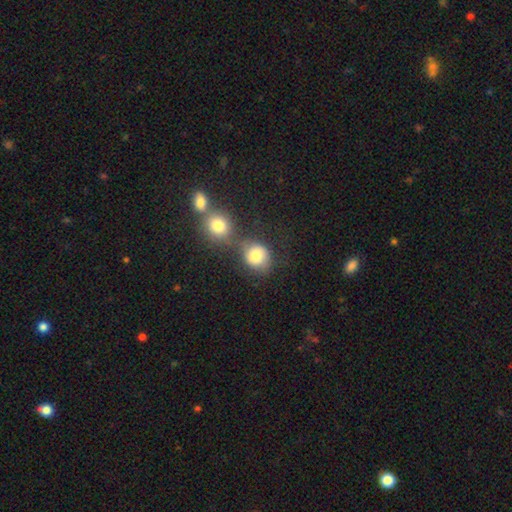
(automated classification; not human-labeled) Smooth or featured?
  - smooth: 79% *
  - featured or disk: 11%
  - star or artifact: 10%
How rounded?
  - round: 73% *
  - in between: 26%
  - cigar-shaped: 1%
Merging?
  - none: 43% *
  - merger: 37%
  - minor disturbance: 13%
  - major disturbance: 7%